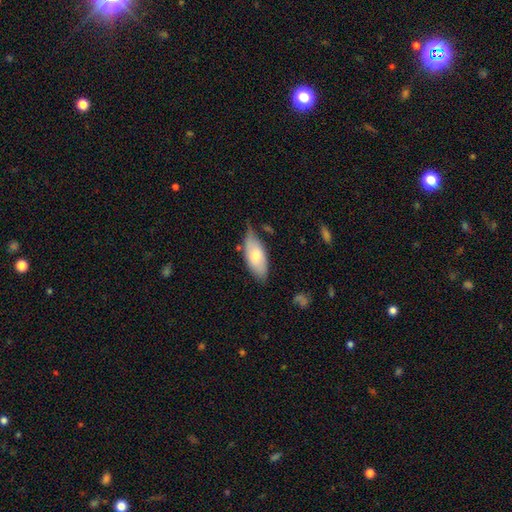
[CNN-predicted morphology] smooth-or-featured: smooth: 71% | featured or disk: 24% | star or artifact: 6%
  how-rounded: in between: 87% | cigar-shaped: 11% | round: 2%
  merging: none: 57% | minor disturbance: 32% | major disturbance: 6% | merger: 4%